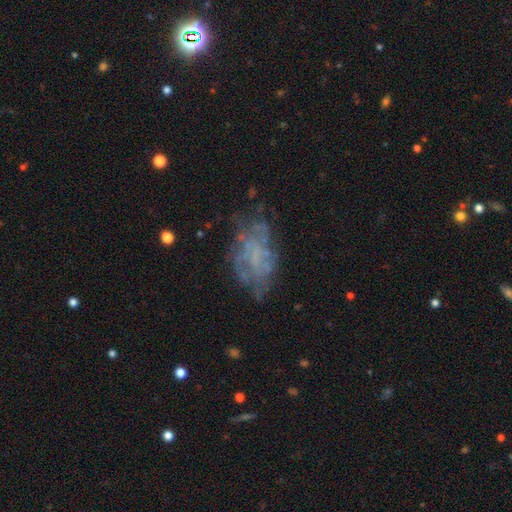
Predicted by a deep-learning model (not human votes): Q: Smooth or featured?
A: featured or disk (63%); runner-up: smooth (24%)
Q: Edge-on disk?
A: no (97%); runner-up: yes (3%)
Q: Bar?
A: no (79%); runner-up: weak (17%)
Q: Spiral arms?
A: no (56%); runner-up: yes (44%)
Q: Bulge size?
A: none (74%); runner-up: small (15%)
Q: Merging?
A: none (58%); runner-up: minor disturbance (21%)